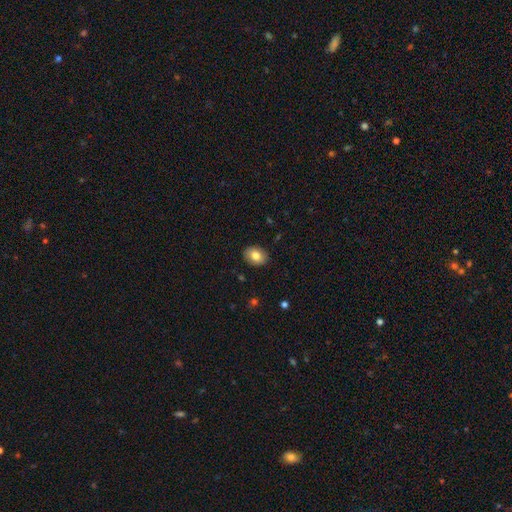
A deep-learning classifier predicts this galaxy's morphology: smooth-or-featured: smooth: 79% | featured or disk: 13% | star or artifact: 8%
  how-rounded: in between: 64% | round: 35% | cigar-shaped: 1%
  merging: none: 89% | minor disturbance: 8% | major disturbance: 2% | merger: 1%